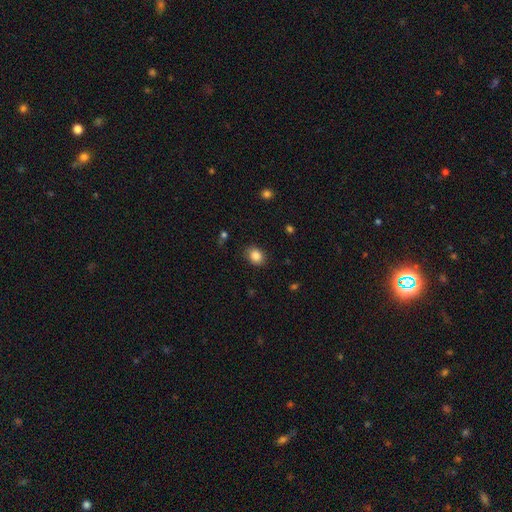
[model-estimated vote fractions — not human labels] Q: Smooth or featured?
A: smooth (85%); runner-up: star or artifact (9%)
Q: How rounded?
A: in between (57%); runner-up: round (42%)
Q: Merging?
A: none (86%); runner-up: minor disturbance (10%)